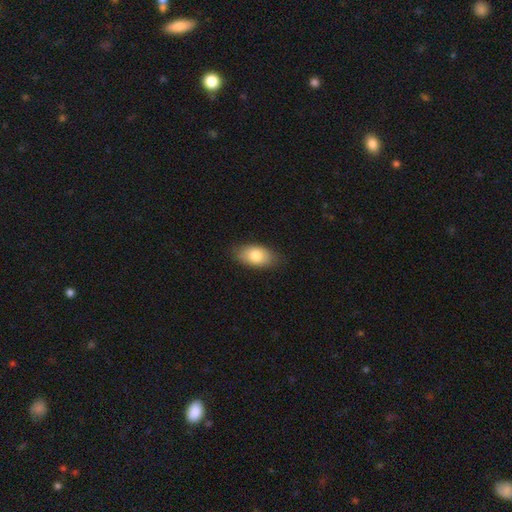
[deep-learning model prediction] This appears to be a smooth galaxy with no disk features (80%) that is in between round and cigar-shaped (92%). Merging: none (82%).